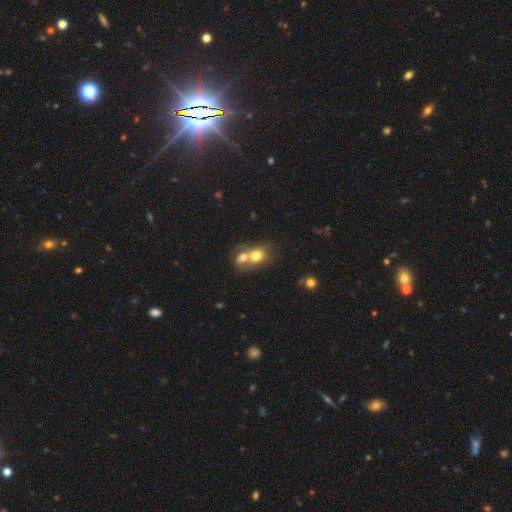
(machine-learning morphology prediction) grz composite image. It shows a smooth galaxy with no disk features (70%) that is round (51%). Merging: merger (73%).